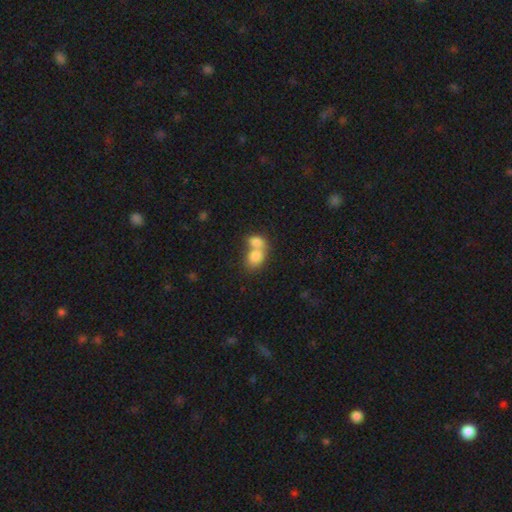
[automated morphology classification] Smooth or featured?
  - smooth: 79% *
  - featured or disk: 12%
  - star or artifact: 9%
How rounded?
  - in between: 61% *
  - round: 37%
  - cigar-shaped: 1%
Merging?
  - merger: 70% *
  - none: 21%
  - minor disturbance: 6%
  - major disturbance: 3%